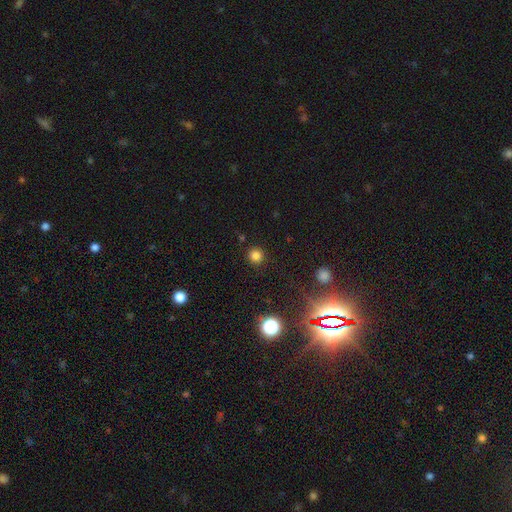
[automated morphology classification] This appears to be a smooth galaxy with no disk features (80%) that is round (94%). Merging: none (91%).